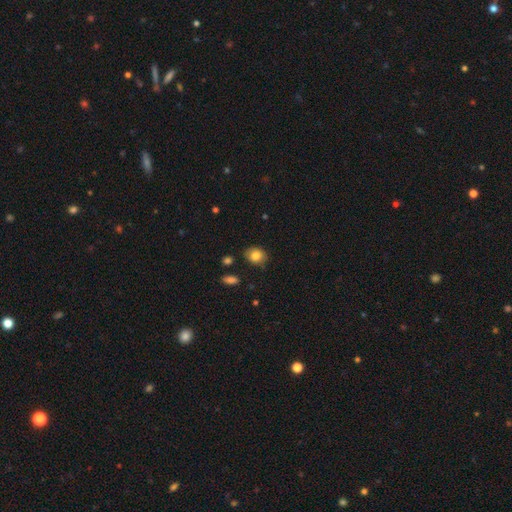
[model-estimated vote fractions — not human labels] Smooth or featured: smooth — 81% (featured or disk — 10%)
How rounded: in between — 51% (round — 48%)
Merging: none — 80% (minor disturbance — 15%)